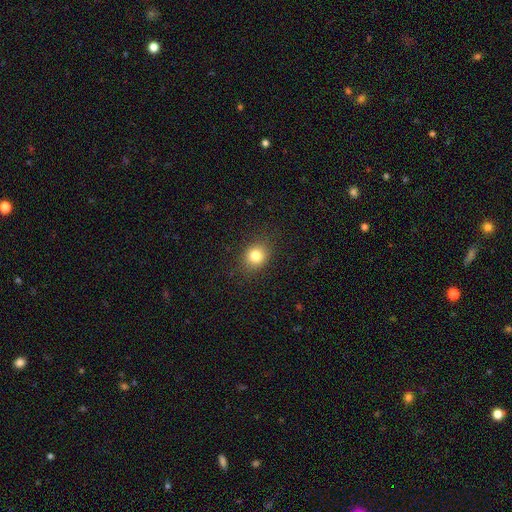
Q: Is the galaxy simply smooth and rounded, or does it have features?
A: smooth — 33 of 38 (87%).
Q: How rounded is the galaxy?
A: round — 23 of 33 (70%).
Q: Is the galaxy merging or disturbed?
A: none — 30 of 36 (83%).